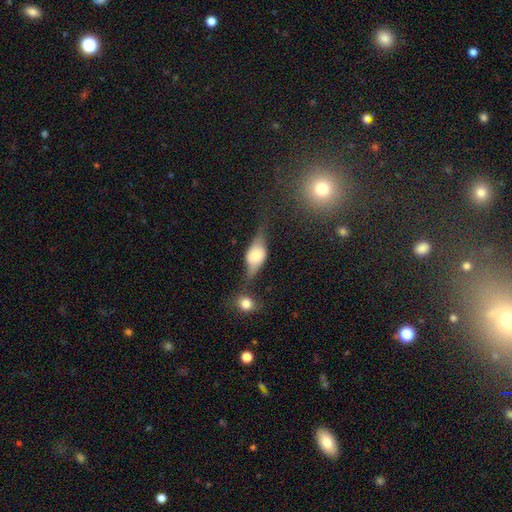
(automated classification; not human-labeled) Smooth or featured?
  - featured or disk: 53% *
  - smooth: 38%
  - star or artifact: 8%
Edge-on disk?
  - yes: 79% *
  - no: 21%
Merging?
  - none: 47% *
  - minor disturbance: 25%
  - major disturbance: 17%
  - merger: 11%